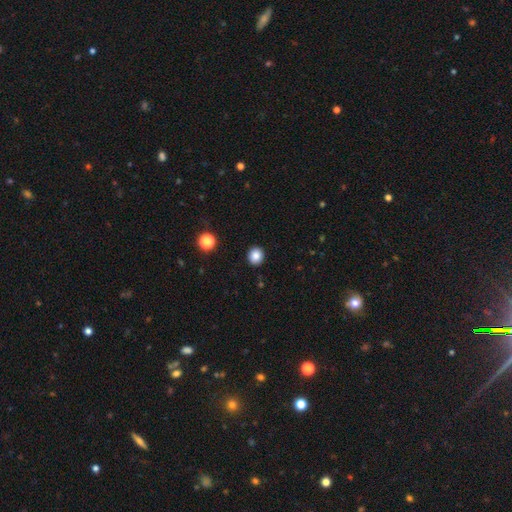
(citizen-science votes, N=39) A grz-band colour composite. It shows a smooth galaxy with no disk features (92%) that is round (94%). Merging: none (94%).